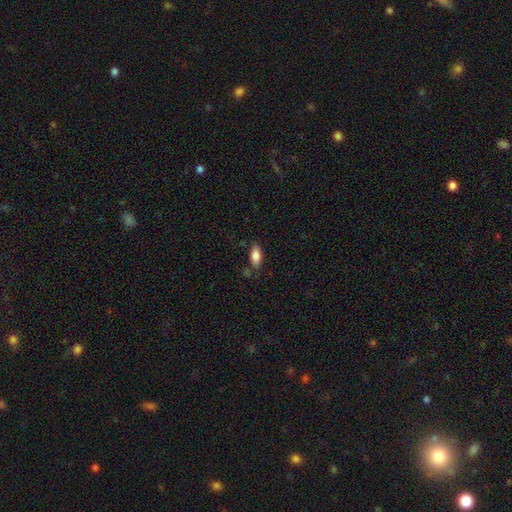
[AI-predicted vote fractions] smooth-or-featured: smooth: 84% | featured or disk: 8% | star or artifact: 8%
  how-rounded: in between: 89% | cigar-shaped: 9% | round: 3%
  merging: none: 77% | minor disturbance: 16% | merger: 4% | major disturbance: 4%